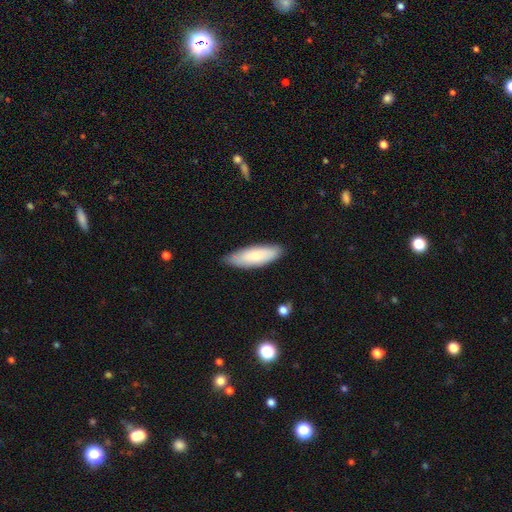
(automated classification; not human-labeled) Smooth or featured? smooth (75%)
How rounded? in between (59%)
Merging? none (79%)